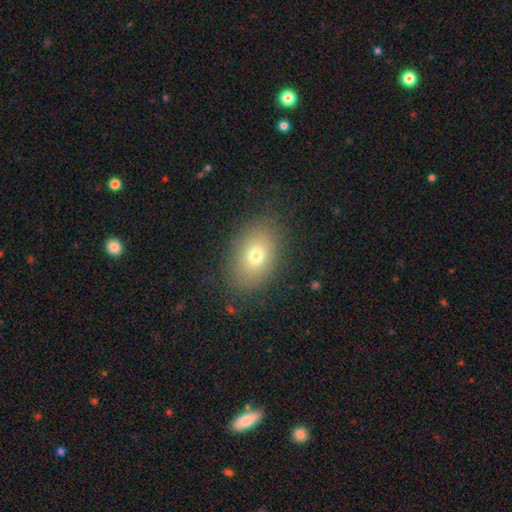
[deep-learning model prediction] This appears to be a smooth galaxy with no disk features (73%) that is in between round and cigar-shaped (82%). Merging: none (84%).